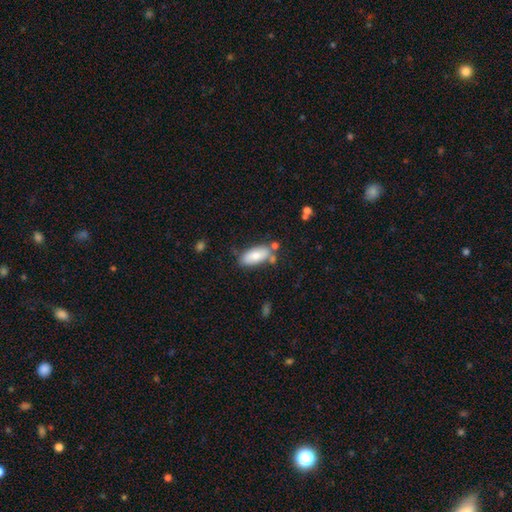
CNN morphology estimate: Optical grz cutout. It shows a smooth galaxy with no disk features (74%) that is in between round and cigar-shaped (87%). Merging: none (68%).